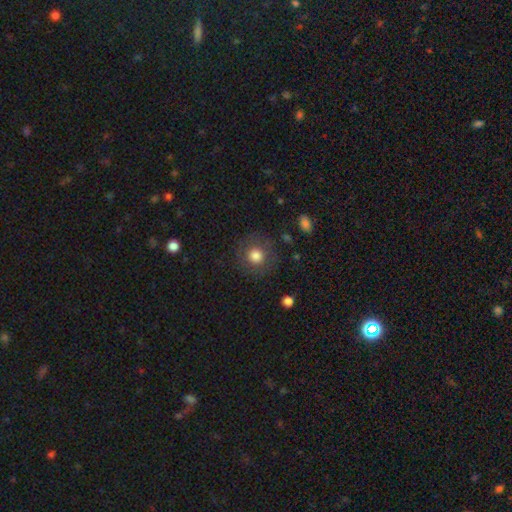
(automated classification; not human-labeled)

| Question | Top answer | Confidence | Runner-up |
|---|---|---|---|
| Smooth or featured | smooth | 76% | featured or disk (13%) |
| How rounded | round | 94% | in between (5%) |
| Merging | none | 83% | minor disturbance (10%) |